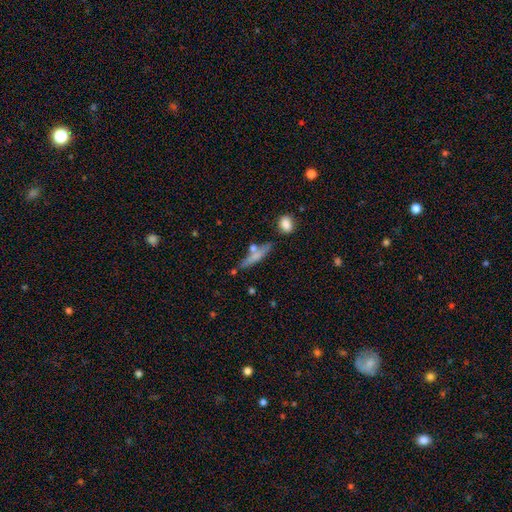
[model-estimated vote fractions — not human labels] This appears to be a smooth galaxy with no disk features (62%) that is cigar-shaped (83%). Merging: none (68%).